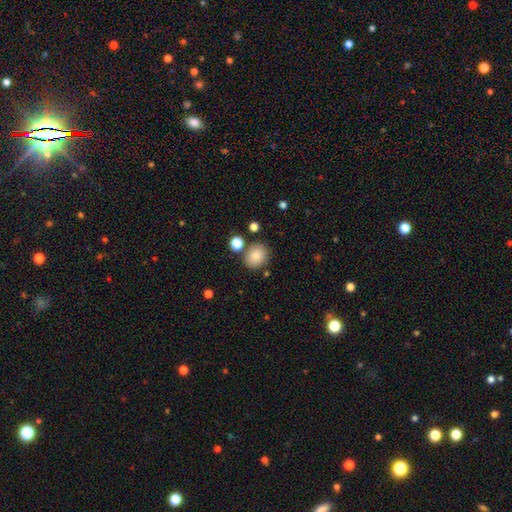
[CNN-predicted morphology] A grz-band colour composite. It shows a smooth galaxy with no disk features (82%) that is round (69%). Merging: none (80%).